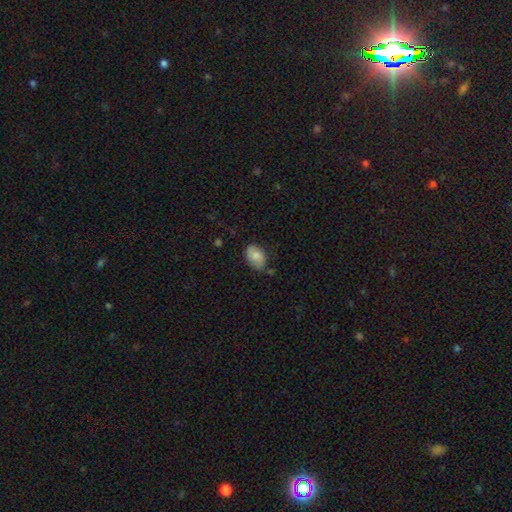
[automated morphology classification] The model was most divided on "merging": none: 64%, minor disturbance: 28%, major disturbance: 5%, merger: 3%. More confident: how rounded — in between (83%); smooth or featured — smooth (71%).